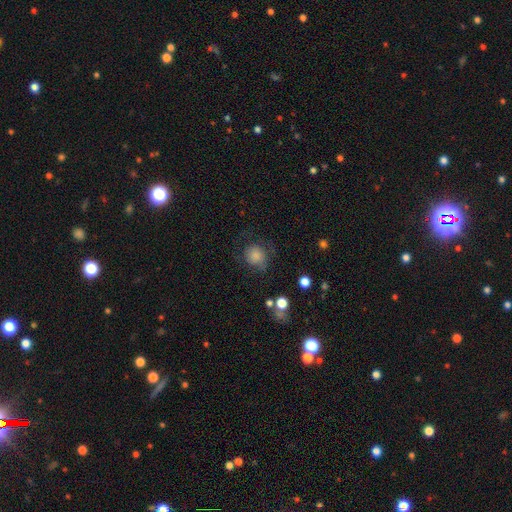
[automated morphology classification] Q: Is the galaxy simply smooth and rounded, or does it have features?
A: smooth — 76%.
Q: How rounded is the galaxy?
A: round — 85%.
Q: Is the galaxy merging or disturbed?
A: none — 59%.